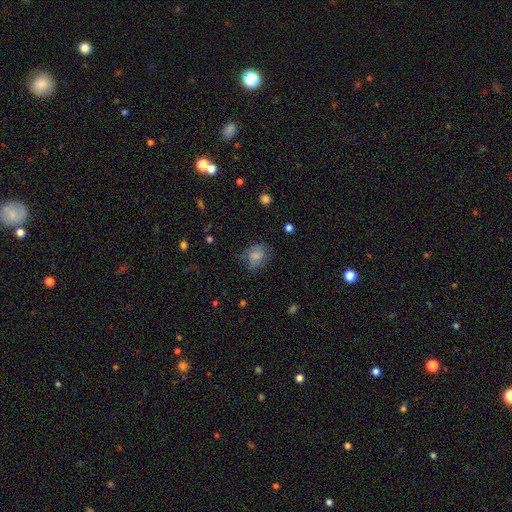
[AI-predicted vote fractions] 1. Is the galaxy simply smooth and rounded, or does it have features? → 68% smooth, 22% featured or disk, 9% star or artifact.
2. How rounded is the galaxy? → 54% in between, 44% round, 1% cigar-shaped.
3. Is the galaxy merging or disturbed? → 63% none, 25% minor disturbance, 11% major disturbance, 1% merger.